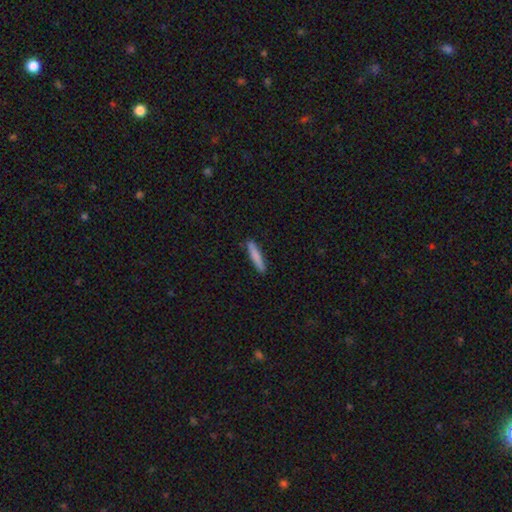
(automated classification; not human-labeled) Q: Smooth or featured?
A: smooth (81%); runner-up: featured or disk (13%)
Q: How rounded?
A: cigar-shaped (92%); runner-up: in between (7%)
Q: Merging?
A: none (88%); runner-up: minor disturbance (9%)